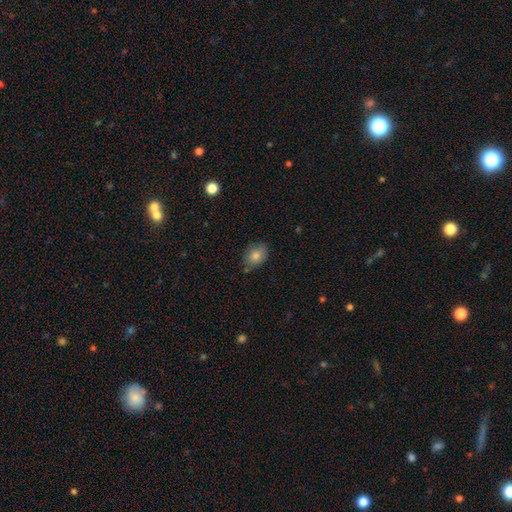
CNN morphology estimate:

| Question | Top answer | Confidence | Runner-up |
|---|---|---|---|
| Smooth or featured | smooth | 81% | featured or disk (10%) |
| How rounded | in between | 69% | round (30%) |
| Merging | none | 77% | minor disturbance (17%) |